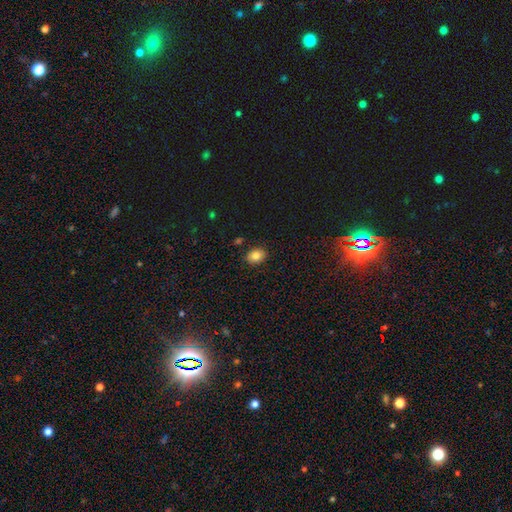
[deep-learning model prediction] Morphology: type=smooth (83%); roundness=in between (64%); merging=none (88%).